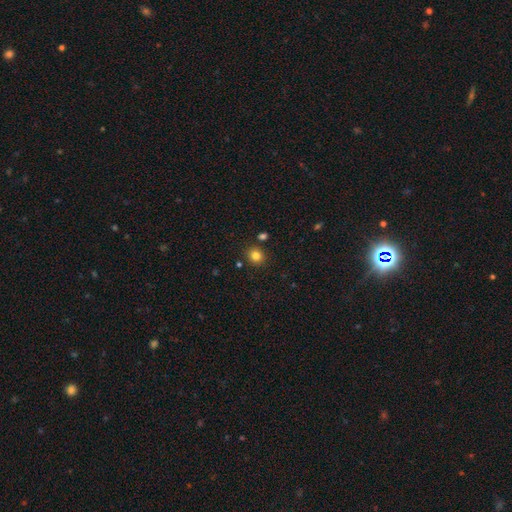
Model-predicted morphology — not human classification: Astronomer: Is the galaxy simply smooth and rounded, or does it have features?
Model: smooth — 81%.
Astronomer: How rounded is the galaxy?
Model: round — 82%.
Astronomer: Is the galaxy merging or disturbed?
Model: none — 85%.